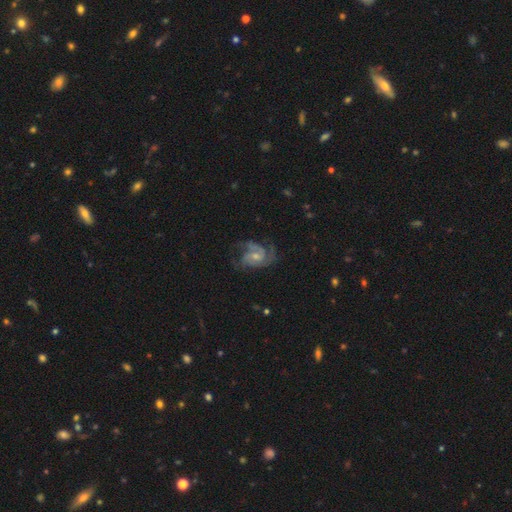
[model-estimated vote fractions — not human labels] A featured or disk galaxy (85%) with no bar (53%), 2 (38%) medium (50%) spiral arms (96%) and a small central bulge (52%).

Vote fractions:
- Smooth or featured? featured or disk: 85% / smooth: 9% / star or artifact: 6%
- Edge-on disk? no: 98% / yes: 2%
- Bar? no: 53% / weak: 40% / strong: 7%
- Spiral arms? yes: 96% / no: 4%
- Spiral winding? medium: 50% / tight: 34% / loose: 16%
- Spiral arm count? 2: 38% / 3: 32% / can't tell: 15% / 4: 6% / 1: 5% / more than 4: 4%
- Bulge size? small: 52% / moderate: 40% / none: 5% / large: 2% / dominant: 1%
- Merging? none: 56% / minor disturbance: 22% / major disturbance: 20% / merger: 2%